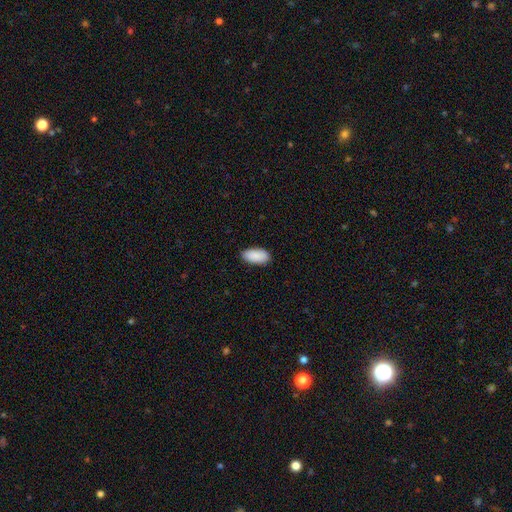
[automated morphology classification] Smooth or featured? smooth (90%)
How rounded? in between (94%)
Merging? none (87%)